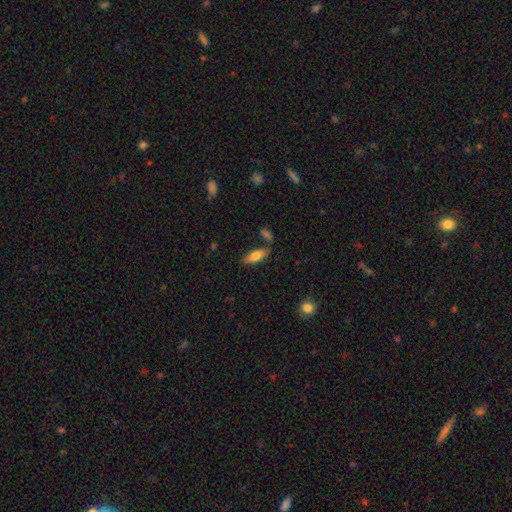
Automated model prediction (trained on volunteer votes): Smooth or featured: smooth — 74% (featured or disk — 20%)
How rounded: in between — 73% (cigar-shaped — 25%)
Merging: none — 73% (minor disturbance — 14%)